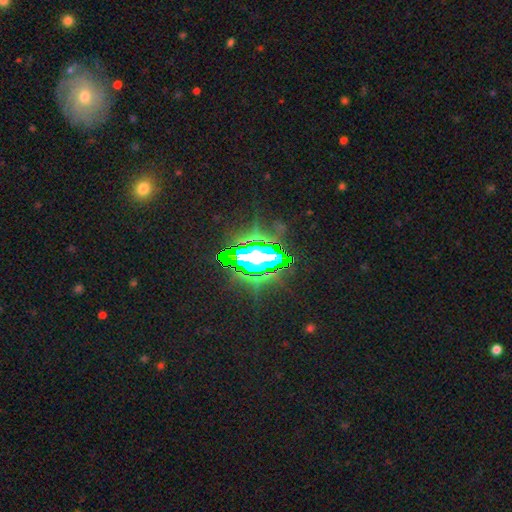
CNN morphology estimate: type=star or artifact (74%).